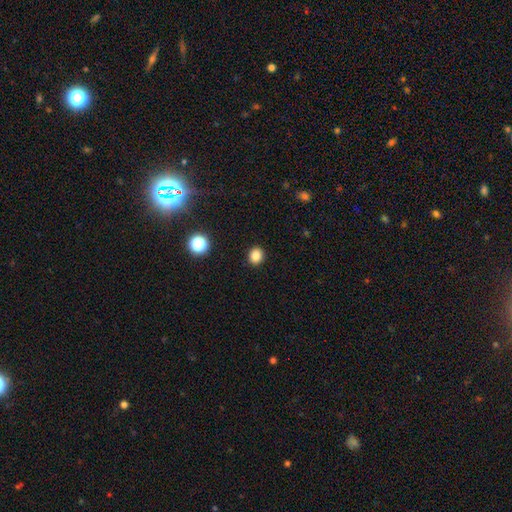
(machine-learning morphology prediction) smooth_or_featured: smooth (p=0.83) [alt: star or artifact p=0.12]
how_rounded: round (p=0.76) [alt: in between p=0.23]
merging: none (p=0.92) [alt: minor disturbance p=0.05]